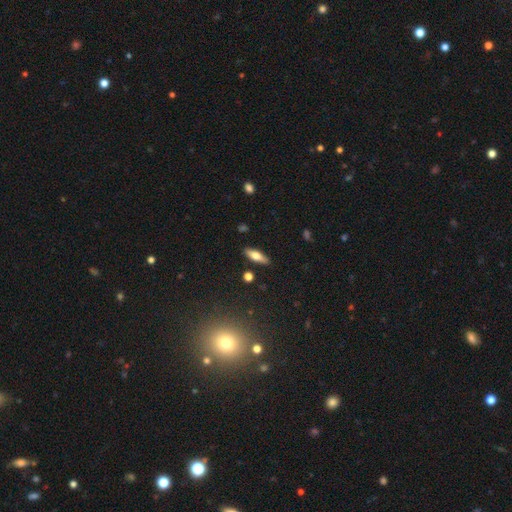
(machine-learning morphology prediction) This is possibly a smooth galaxy (59%). How rounded: possibly in between (50%). Merging: clearly none (87%).